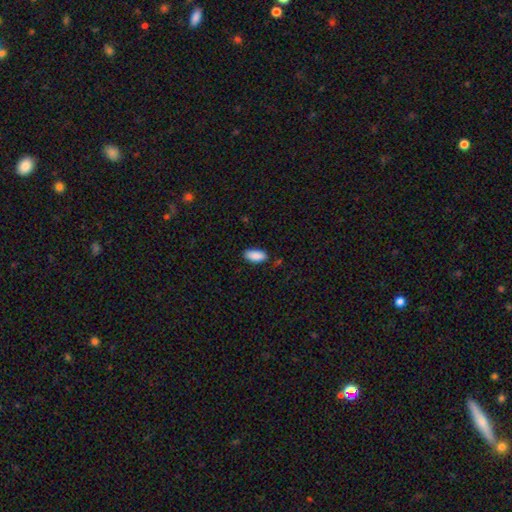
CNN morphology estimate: smooth_or_featured: smooth (p=0.89) [alt: star or artifact p=0.07]
how_rounded: in between (p=0.92) [alt: cigar-shaped p=0.06]
merging: none (p=0.82) [alt: minor disturbance p=0.14]